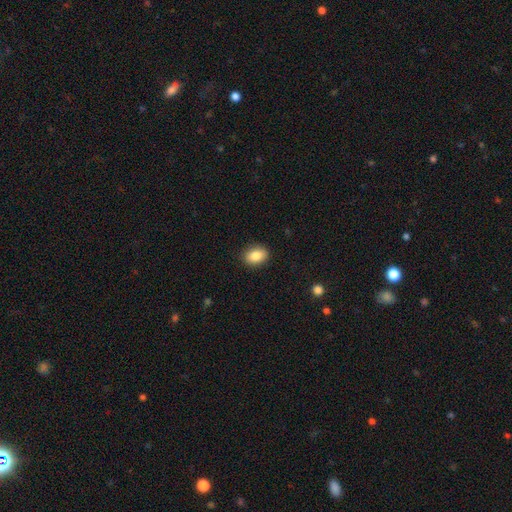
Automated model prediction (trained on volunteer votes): smooth 85%, star or artifact 8%, featured or disk 6%. Down the decision tree: how rounded — in between (70%); merging — none (89%).